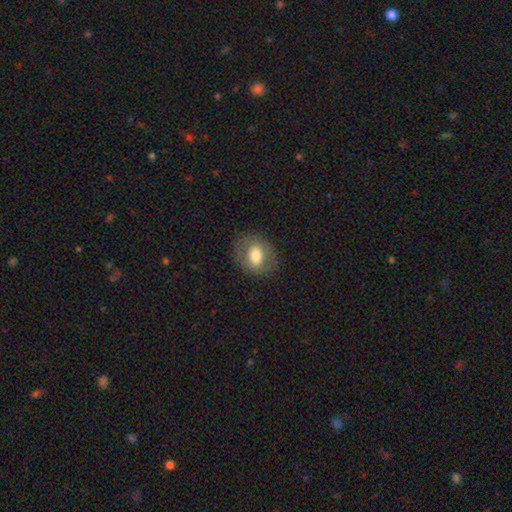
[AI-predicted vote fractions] A smooth galaxy with no disk features (65%) that is in between round and cigar-shaped (54%).

Vote fractions:
- Smooth or featured? smooth: 65% / featured or disk: 27% / star or artifact: 8%
- How rounded? in between: 54% / round: 45% / cigar-shaped: 1%
- Merging? none: 81% / minor disturbance: 12% / major disturbance: 6% / merger: 1%